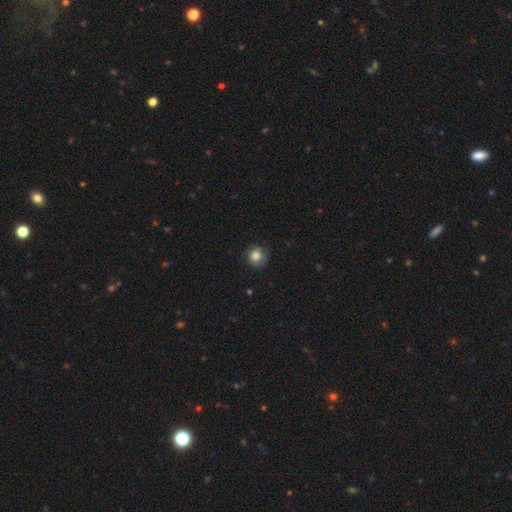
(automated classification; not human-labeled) Smooth or featured? Predicted: smooth (p=0.81). How rounded? Predicted: round (p=0.86). Merging? Predicted: none (p=0.69).